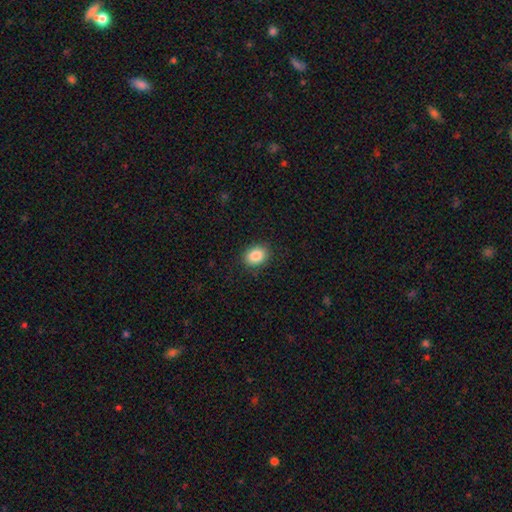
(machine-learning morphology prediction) A smooth galaxy with no disk features (86%) that is in between round and cigar-shaped (64%). Merging: none (88%).